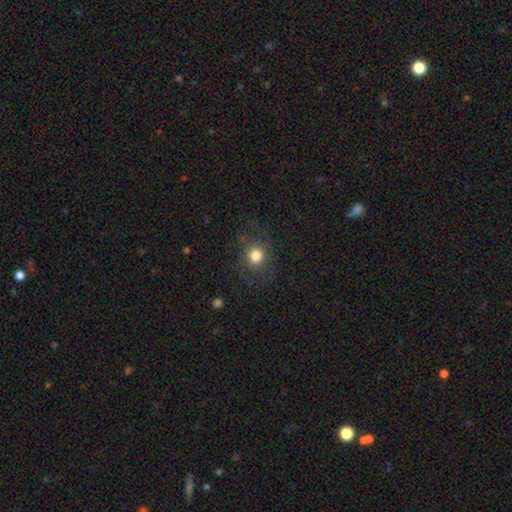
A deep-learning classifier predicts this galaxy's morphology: smooth_or_featured: smooth (p=0.75) [alt: featured or disk p=0.14]
how_rounded: round (p=0.73) [alt: in between p=0.26]
merging: none (p=0.73) [alt: minor disturbance p=0.15]